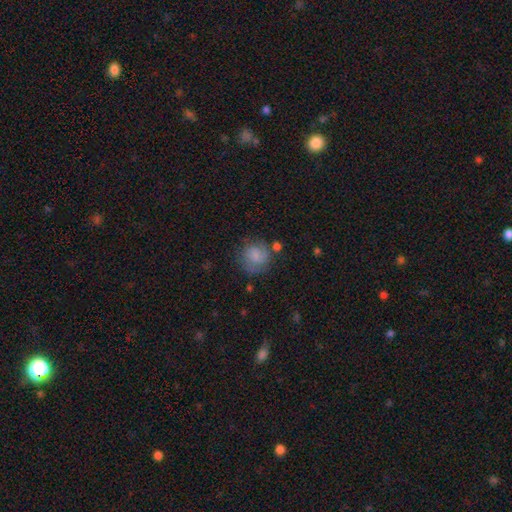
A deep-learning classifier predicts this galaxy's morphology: Smooth or featured?
  - smooth: 66% *
  - featured or disk: 25%
  - star or artifact: 9%
How rounded?
  - round: 86% *
  - in between: 13%
  - cigar-shaped: 1%
Merging?
  - none: 65% *
  - minor disturbance: 20%
  - major disturbance: 10%
  - merger: 5%